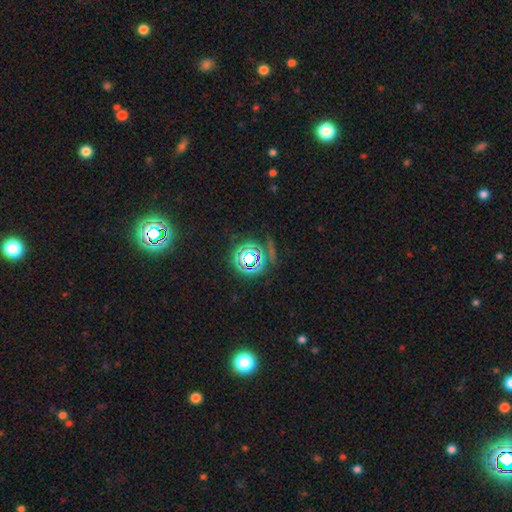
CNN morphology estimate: The model was most divided on "smooth or featured": star or artifact: 52%, smooth: 31%, featured or disk: 17%.